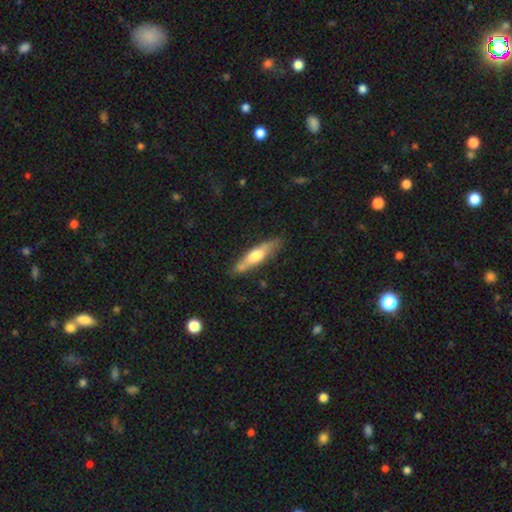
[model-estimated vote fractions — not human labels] Overall: smooth (49%; featured or disk 45%). Merging: none (77%).